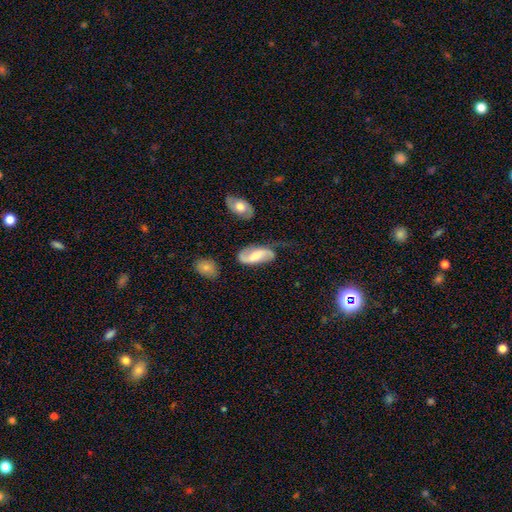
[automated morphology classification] smooth-or-featured: featured or disk: 69% | smooth: 25% | star or artifact: 6%
  disk-edge-on: no: 94% | yes: 6%
    bar: weak: 42% | no: 38% | strong: 20%
    has-spiral-arms: yes: 93% | no: 7%
      spiral-winding: loose: 47% | medium: 39% | tight: 14%
      spiral-arm-count: 2: 87% | 1: 5% | can't tell: 5% | 3: 1% | 4: 1% | more than 4: 1%
    bulge-size: moderate: 38% | small: 23% | none: 18% | large: 18% | dominant: 3%
  merging: none: 56% | minor disturbance: 26% | major disturbance: 13% | merger: 5%